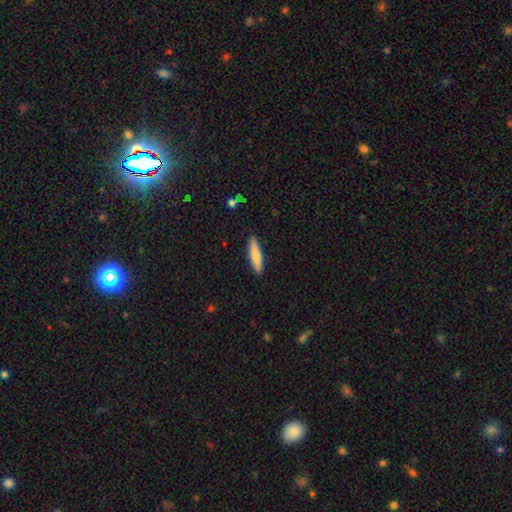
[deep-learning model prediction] Smooth or featured? Predicted: smooth (p=0.75). How rounded? Predicted: cigar-shaped (p=0.79). Merging? Predicted: none (p=0.90).